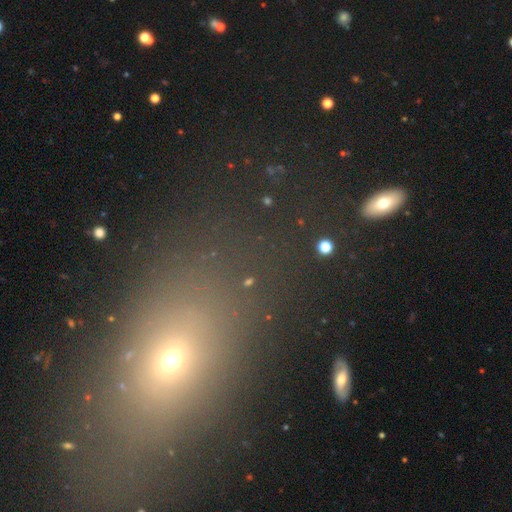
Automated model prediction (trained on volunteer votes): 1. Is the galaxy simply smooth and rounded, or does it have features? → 49% smooth, 36% star or artifact, 15% featured or disk.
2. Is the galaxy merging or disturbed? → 77% none, 11% minor disturbance, 7% major disturbance, 6% merger.